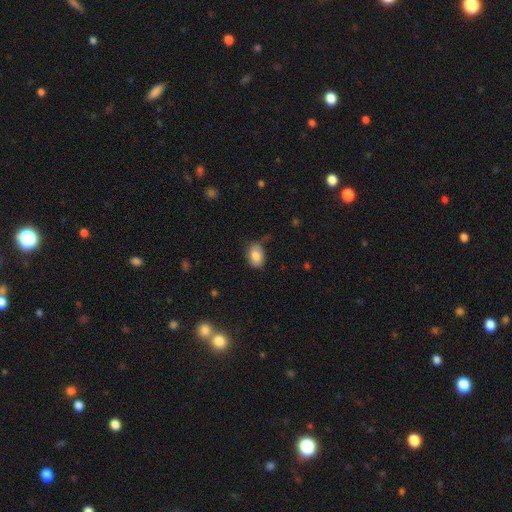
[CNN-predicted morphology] A smooth galaxy with no disk features (83%) that is in between round and cigar-shaped (83%). Merging: none (67%).